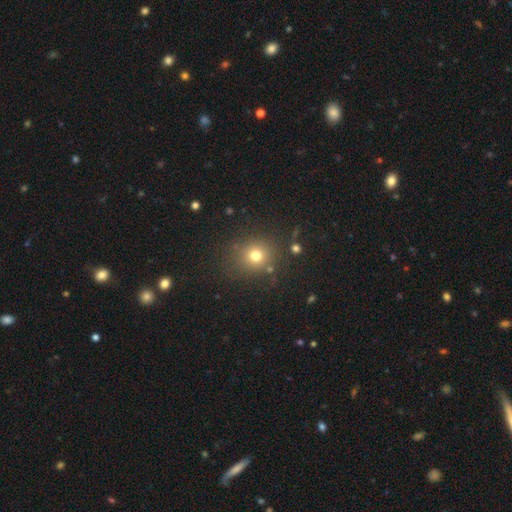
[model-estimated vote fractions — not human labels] smooth 74%, star or artifact 18%, featured or disk 8%. Down the decision tree: how rounded — round (85%); merging — none (82%).